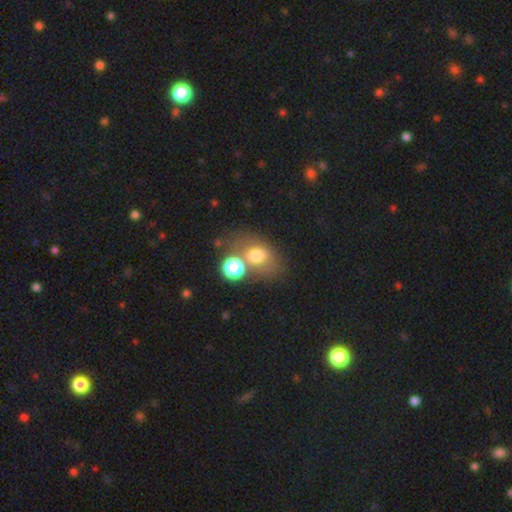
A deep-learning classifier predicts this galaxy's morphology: This is likely a smooth galaxy (68%). How rounded: possibly in between (54%). Merging: marginally none (42%).